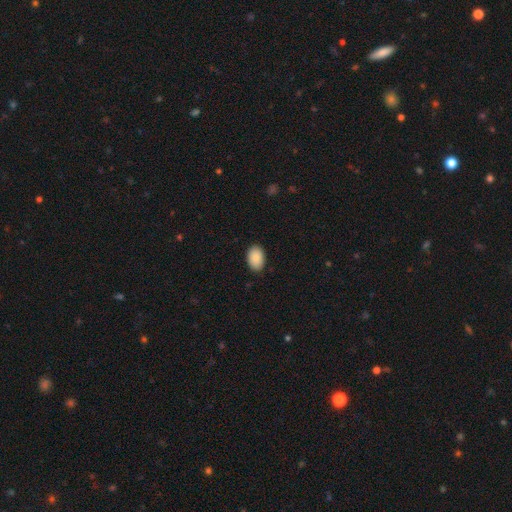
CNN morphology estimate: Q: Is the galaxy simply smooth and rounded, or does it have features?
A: smooth — 90%.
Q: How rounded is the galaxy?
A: in between — 90%.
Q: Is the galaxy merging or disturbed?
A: none — 88%.